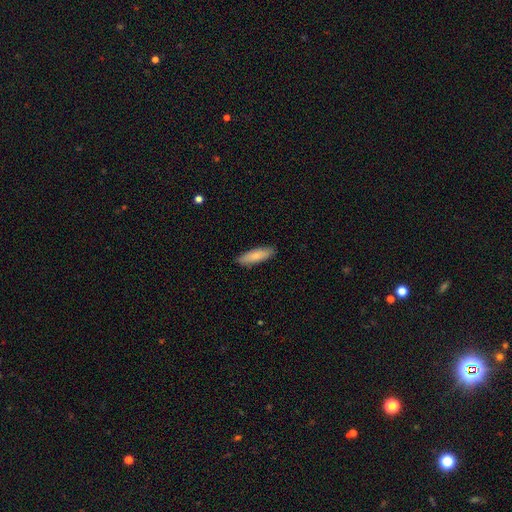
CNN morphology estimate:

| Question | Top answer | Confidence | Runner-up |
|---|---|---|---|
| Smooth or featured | smooth | 81% | featured or disk (13%) |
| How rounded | in between | 51% | cigar-shaped (47%) |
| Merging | none | 88% | minor disturbance (9%) |